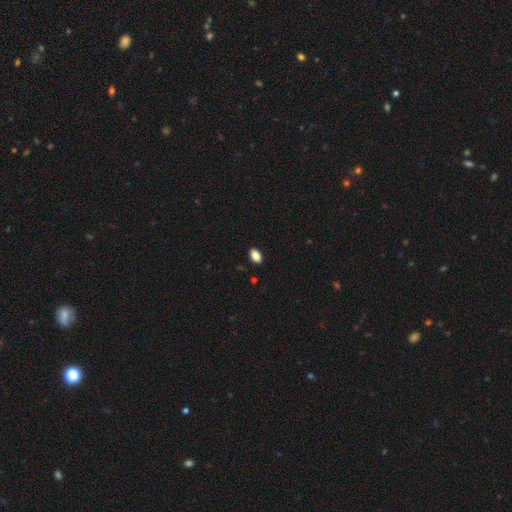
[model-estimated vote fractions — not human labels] Smooth or featured?
  - smooth: 87% *
  - star or artifact: 9%
  - featured or disk: 5%
How rounded?
  - in between: 91% *
  - round: 7%
  - cigar-shaped: 2%
Merging?
  - none: 89% *
  - minor disturbance: 8%
  - major disturbance: 2%
  - merger: 1%